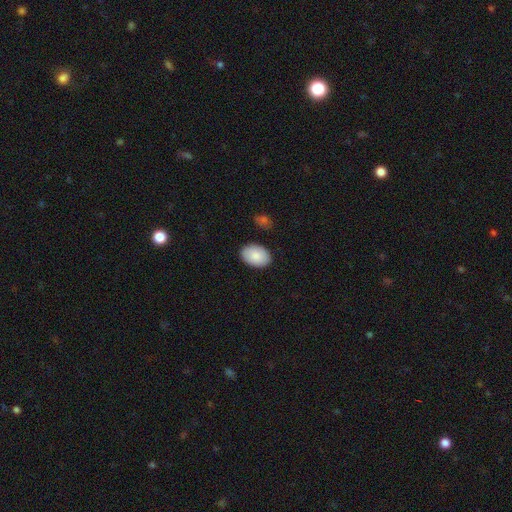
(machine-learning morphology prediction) type=smooth (88%); roundness=in between (89%); merging=none (87%).